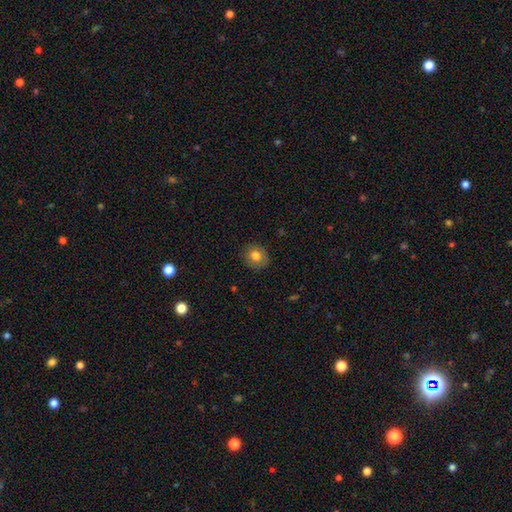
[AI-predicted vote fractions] smooth_or_featured: smooth (p=0.79) [alt: featured or disk p=0.12]
how_rounded: round (p=0.82) [alt: in between p=0.17]
merging: none (p=0.86) [alt: minor disturbance p=0.10]